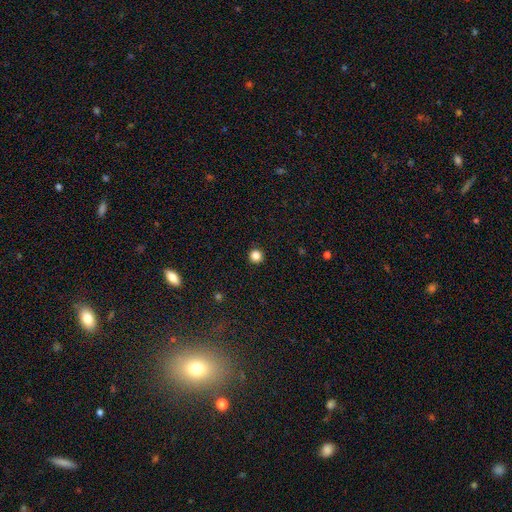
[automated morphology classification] The model was most divided on "smooth or featured": smooth: 85%, star or artifact: 12%, featured or disk: 3%. More confident: how rounded — round (96%); merging — none (94%).